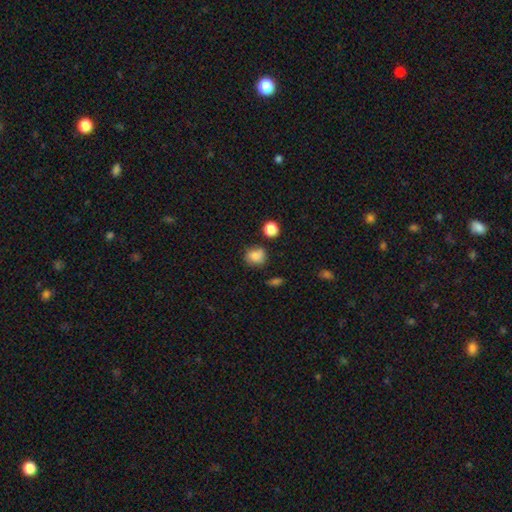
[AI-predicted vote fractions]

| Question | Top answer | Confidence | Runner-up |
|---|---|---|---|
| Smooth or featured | smooth | 81% | star or artifact (11%) |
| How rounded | round | 74% | in between (25%) |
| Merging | none | 72% | minor disturbance (19%) |